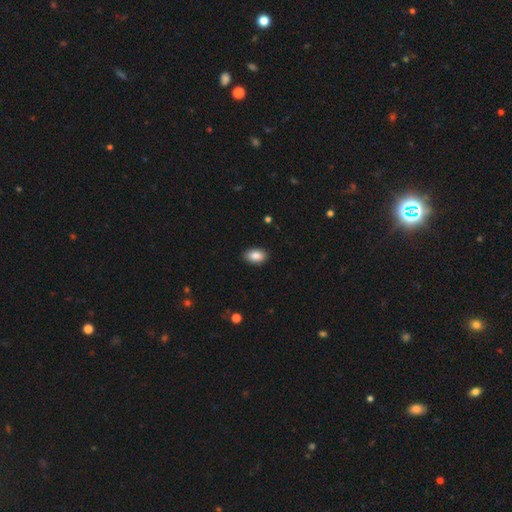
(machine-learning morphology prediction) type=smooth (88%); roundness=in between (88%); merging=none (89%).